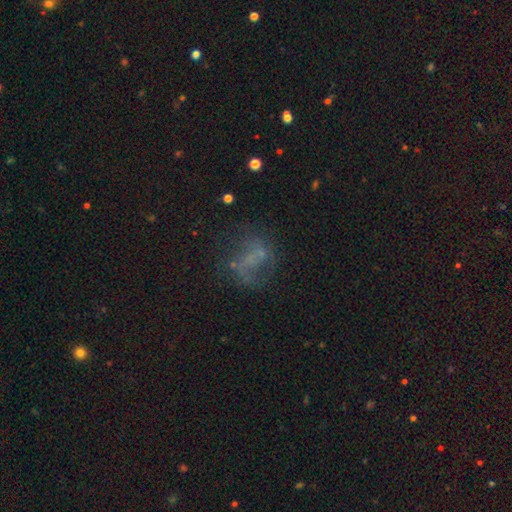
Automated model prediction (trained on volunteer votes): A featured or disk galaxy (43%). Merging: none (49%).